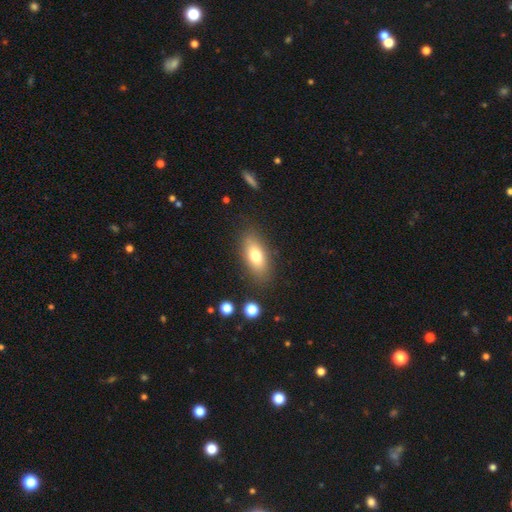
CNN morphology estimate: This appears to be a smooth galaxy with no disk features (75%) that is in between round and cigar-shaped (83%). Merging: none (82%).